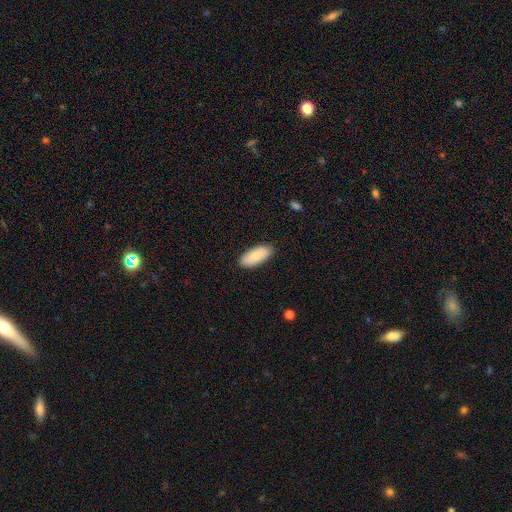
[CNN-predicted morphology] This appears to be a smooth galaxy with no disk features (79%) that is in between round and cigar-shaped (90%). Merging: none (87%).